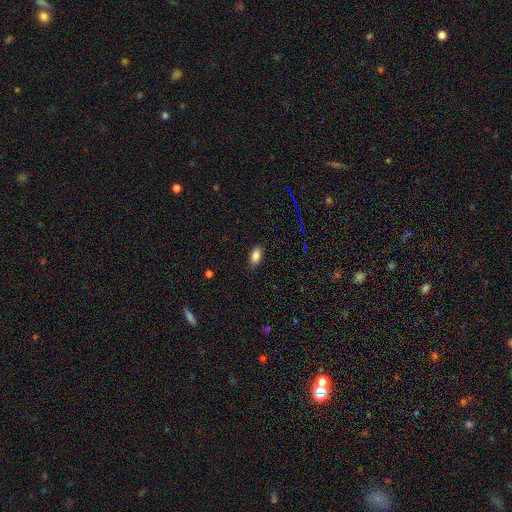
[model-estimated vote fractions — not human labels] Smooth or featured? Predicted: smooth (p=0.85). How rounded? Predicted: in between (p=0.91). Merging? Predicted: none (p=0.84).